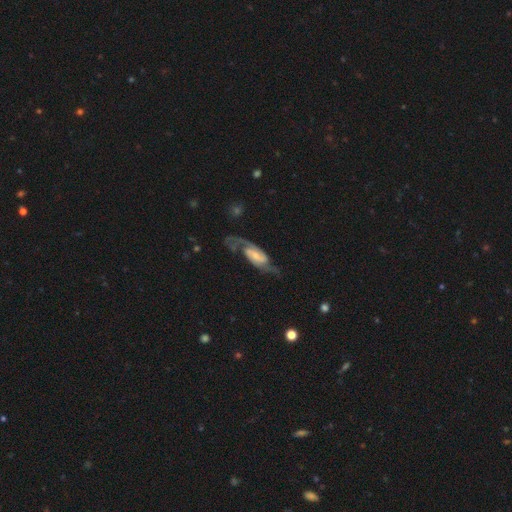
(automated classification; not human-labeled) Smooth or featured: featured or disk — 84% (smooth — 11%)
Edge-on disk: no — 93% (yes — 7%)
Bar: weak — 43% (no — 34%)
Spiral arms: yes — 96% (no — 4%)
Spiral winding: medium — 47% (loose — 34%)
Spiral arm count: 2 — 87% (1 — 6%)
Bulge size: small — 53% (moderate — 30%)
Merging: none — 58% (major disturbance — 20%)